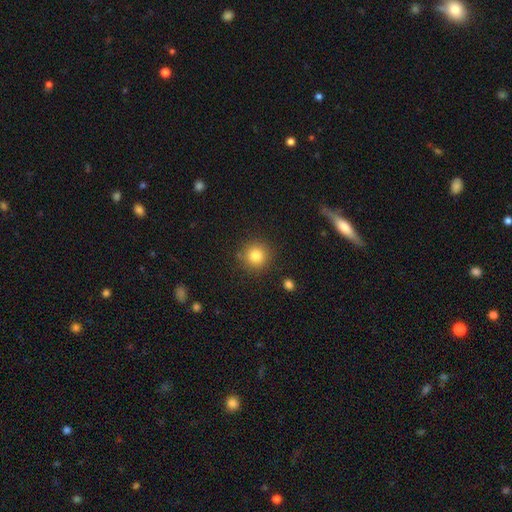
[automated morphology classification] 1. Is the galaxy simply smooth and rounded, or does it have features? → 82% smooth, 11% star or artifact, 7% featured or disk.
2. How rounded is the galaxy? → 93% round, 6% in between, 1% cigar-shaped.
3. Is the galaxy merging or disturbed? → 87% none, 8% minor disturbance, 3% major disturbance, 2% merger.